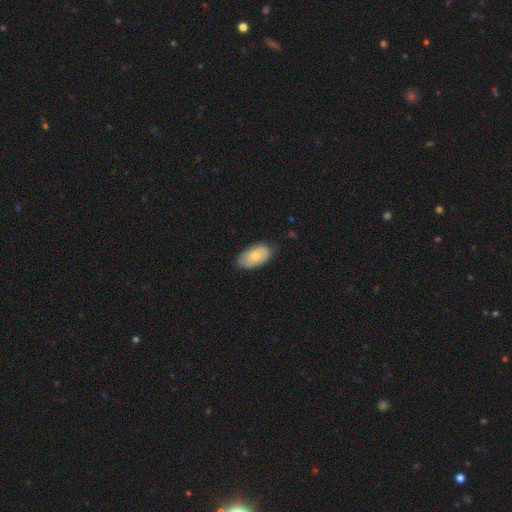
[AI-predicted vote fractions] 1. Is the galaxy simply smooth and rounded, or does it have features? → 66% smooth, 28% featured or disk, 6% star or artifact.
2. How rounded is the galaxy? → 93% in between, 5% round, 2% cigar-shaped.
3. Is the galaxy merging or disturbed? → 72% none, 23% minor disturbance, 4% major disturbance, 1% merger.